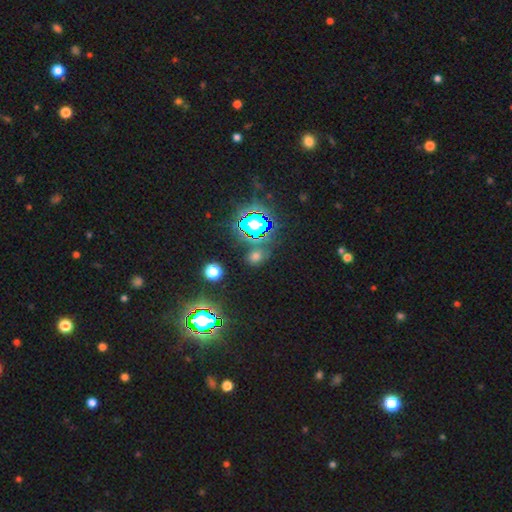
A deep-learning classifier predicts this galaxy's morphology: Smooth or featured? star or artifact (48%)